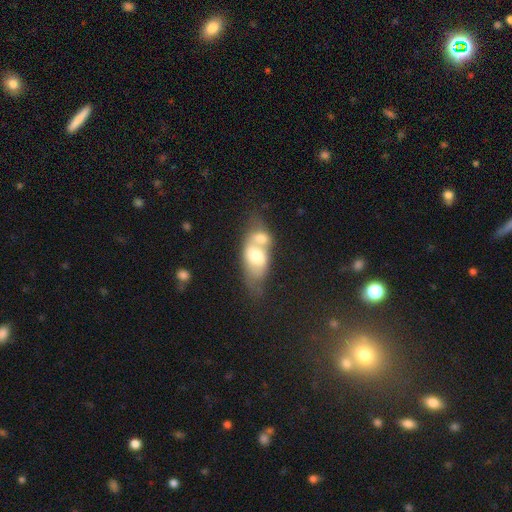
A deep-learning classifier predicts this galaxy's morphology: Smooth or featured?
  - smooth: 59% *
  - featured or disk: 34%
  - star or artifact: 7%
How rounded?
  - in between: 84% *
  - round: 11%
  - cigar-shaped: 6%
Merging?
  - merger: 73% *
  - none: 12%
  - major disturbance: 7%
  - minor disturbance: 7%